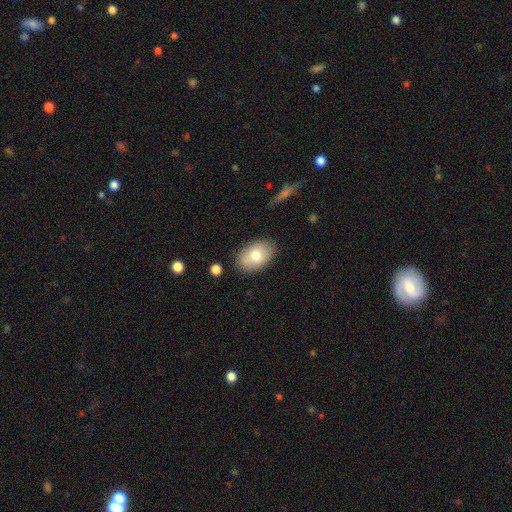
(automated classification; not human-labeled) A smooth galaxy with no disk features (76%) that is in between round and cigar-shaped (88%). Merging: none (83%).